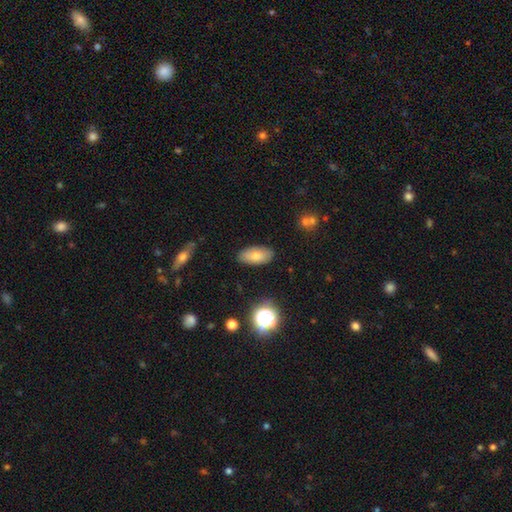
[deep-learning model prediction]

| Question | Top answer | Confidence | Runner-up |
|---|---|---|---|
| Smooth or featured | smooth | 75% | featured or disk (16%) |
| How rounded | in between | 91% | cigar-shaped (5%) |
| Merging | none | 85% | minor disturbance (11%) |